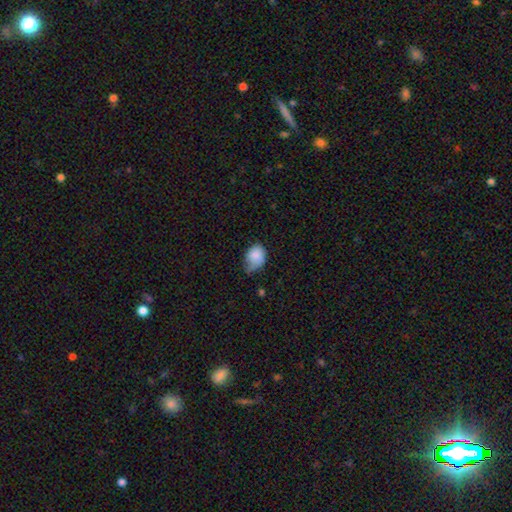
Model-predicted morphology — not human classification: Overall: smooth (83%). How rounded: in between (69%; round 30%). Merging: minor disturbance (47%; none 32%).